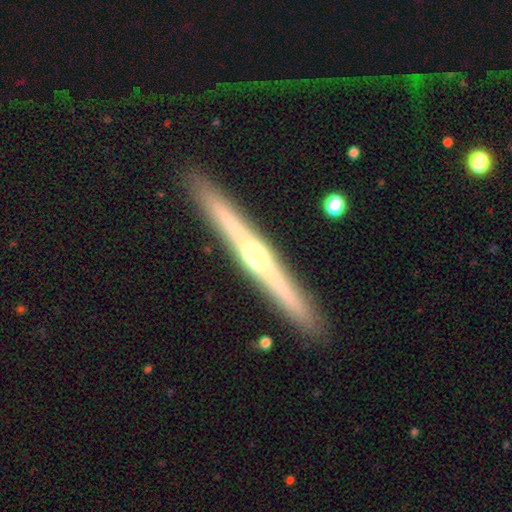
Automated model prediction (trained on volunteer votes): Overall: featured or disk (80%). Edge-on disk: yes (98%). Edge-on bulge: rounded (87%). Merging: none (91%).